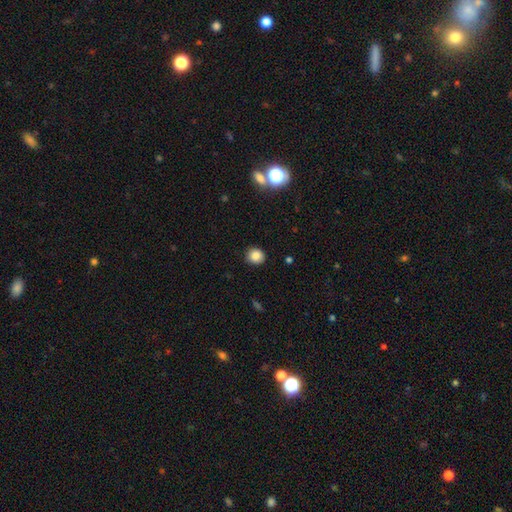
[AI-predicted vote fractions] Smooth or featured?
  - smooth: 85% *
  - star or artifact: 10%
  - featured or disk: 4%
How rounded?
  - round: 84% *
  - in between: 15%
  - cigar-shaped: 1%
Merging?
  - none: 90% *
  - minor disturbance: 7%
  - major disturbance: 2%
  - merger: 1%